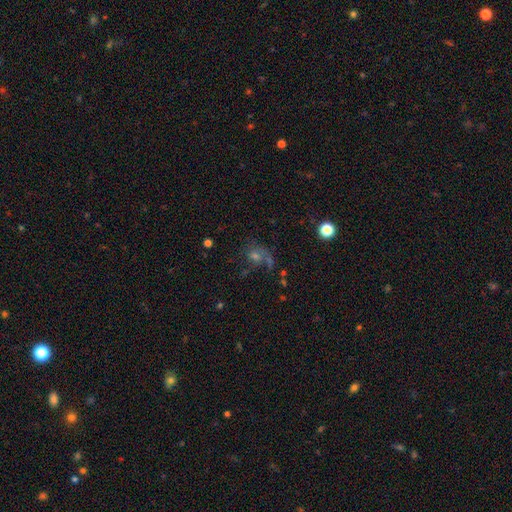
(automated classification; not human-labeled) Smooth or featured: featured or disk — 39% (smooth — 32%)
Merging: none — 42% (major disturbance — 29%)